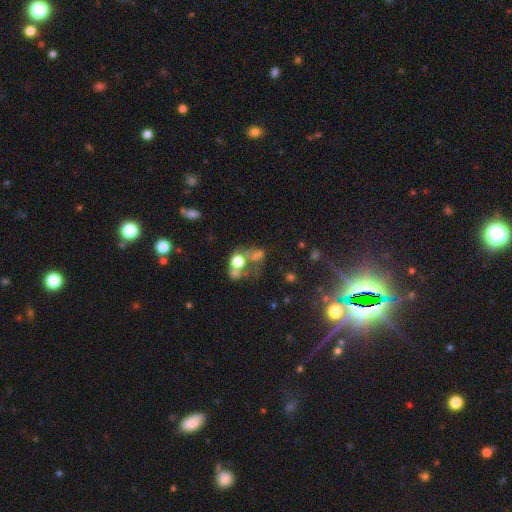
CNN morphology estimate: A smooth galaxy with no disk features (39%).

Vote fractions:
- Smooth or featured? smooth: 39% / star or artifact: 33% / featured or disk: 28%
- Merging? merger: 41% / none: 29% / major disturbance: 18% / minor disturbance: 11%